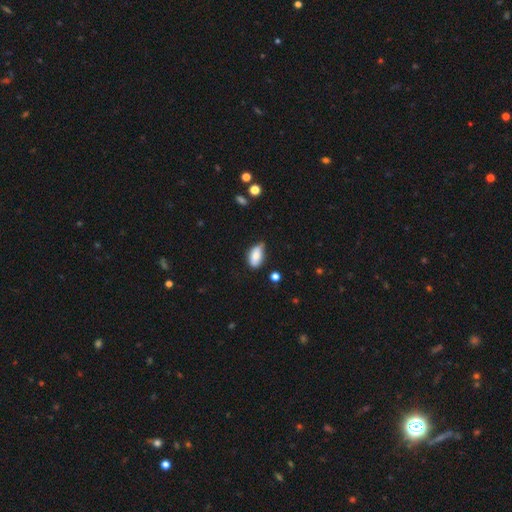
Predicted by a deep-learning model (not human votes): This appears to be a smooth galaxy with no disk features (79%) that is in between round and cigar-shaped (91%). Merging: none (47%).